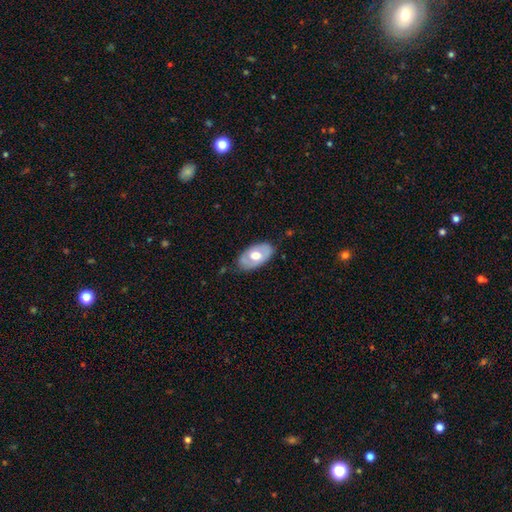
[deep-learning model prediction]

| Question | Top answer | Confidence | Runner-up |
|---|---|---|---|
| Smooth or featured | smooth | 48% | featured or disk (47%) |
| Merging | none | 76% | minor disturbance (19%) |